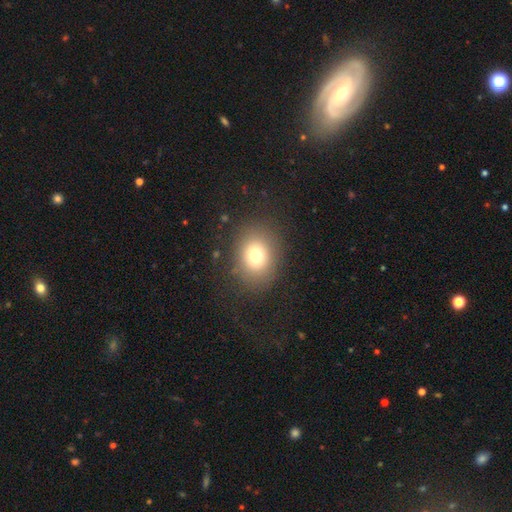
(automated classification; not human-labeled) smooth-or-featured: smooth: 74% | star or artifact: 15% | featured or disk: 12%
  how-rounded: round: 59% | in between: 40% | cigar-shaped: 1%
  merging: none: 83% | minor disturbance: 10% | major disturbance: 6% | merger: 1%